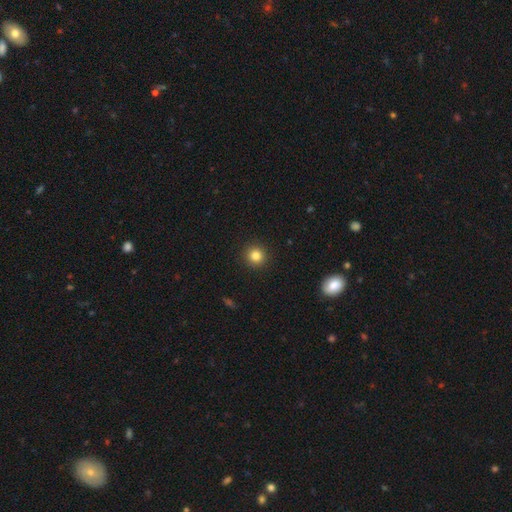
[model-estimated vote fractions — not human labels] Smooth or featured? Predicted: smooth (p=0.83). How rounded? Predicted: round (p=0.94). Merging? Predicted: none (p=0.92).